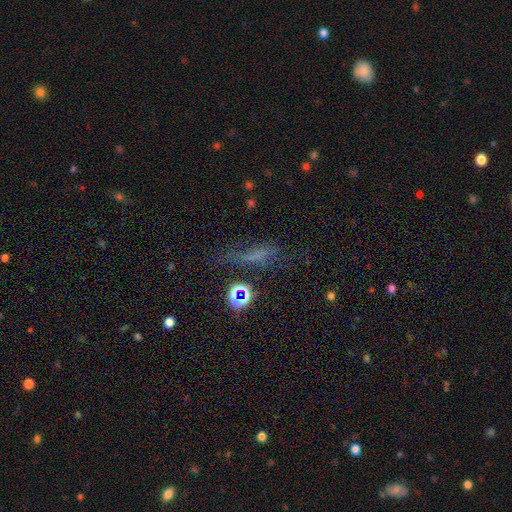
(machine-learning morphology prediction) This appears to be a smooth galaxy with no disk features (43%). Merging: none (47%).